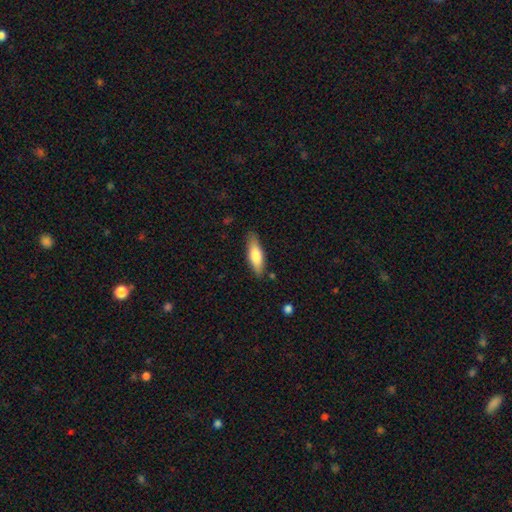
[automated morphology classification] A smooth galaxy with no disk features (70%) that is in between round and cigar-shaped (52%). Merging: none (84%).